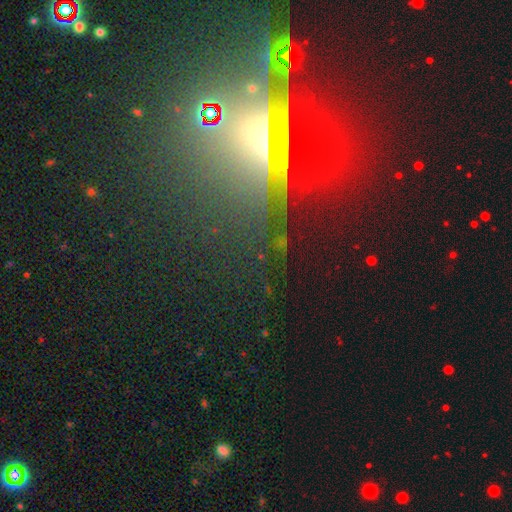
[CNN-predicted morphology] Overall: star or artifact (73%).